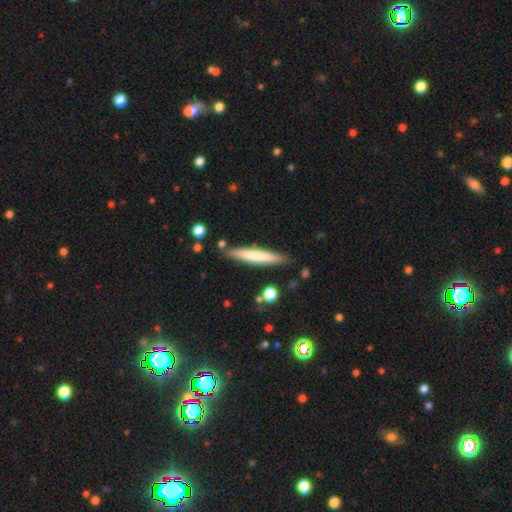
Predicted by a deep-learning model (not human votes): This appears to be a smooth galaxy with no disk features (68%) that is cigar-shaped (94%). Merging: none (87%).